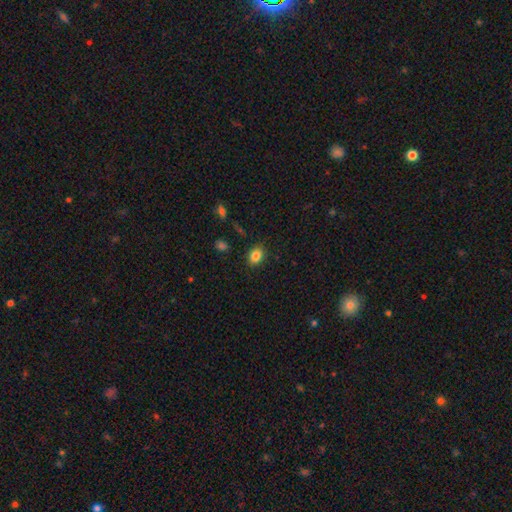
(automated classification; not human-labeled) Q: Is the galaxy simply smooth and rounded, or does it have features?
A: smooth — 84%.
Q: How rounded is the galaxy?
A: in between — 61%.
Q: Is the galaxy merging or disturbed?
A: none — 87%.